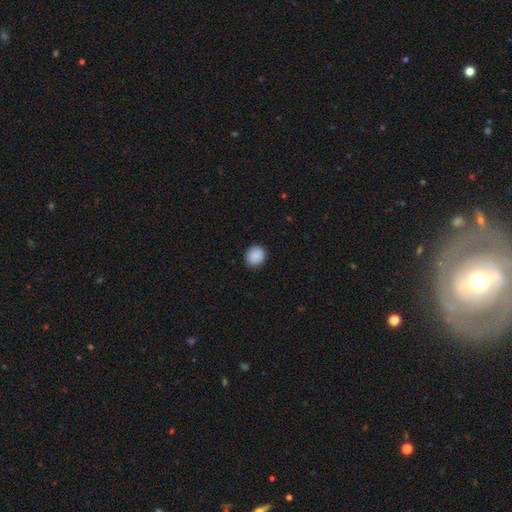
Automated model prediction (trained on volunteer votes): smooth_or_featured: smooth (p=0.90) [alt: star or artifact p=0.08]
how_rounded: round (p=0.77) [alt: in between p=0.22]
merging: none (p=0.91) [alt: minor disturbance p=0.07]